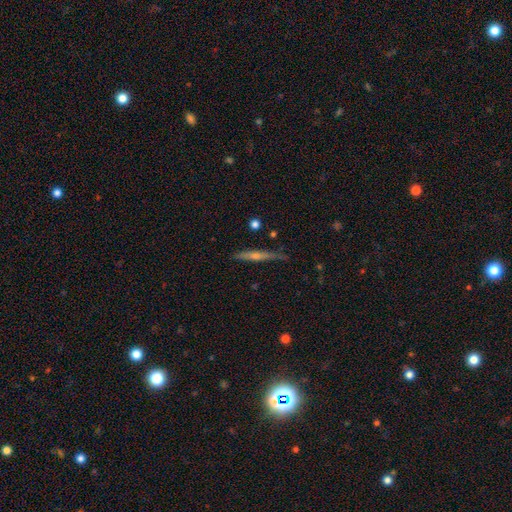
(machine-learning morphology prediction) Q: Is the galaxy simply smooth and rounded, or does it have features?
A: featured or disk — 66%.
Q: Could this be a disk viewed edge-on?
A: yes — 96%.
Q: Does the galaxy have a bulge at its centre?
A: rounded — 72%.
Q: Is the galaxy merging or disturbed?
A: none — 83%.